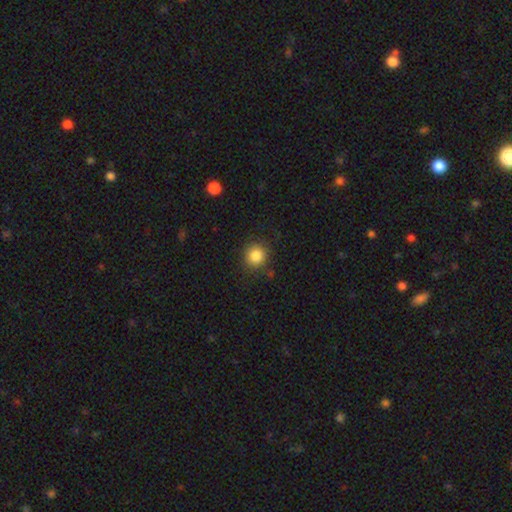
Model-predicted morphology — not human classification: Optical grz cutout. It shows a smooth galaxy with no disk features (85%) that is round (90%). Merging: none (86%).